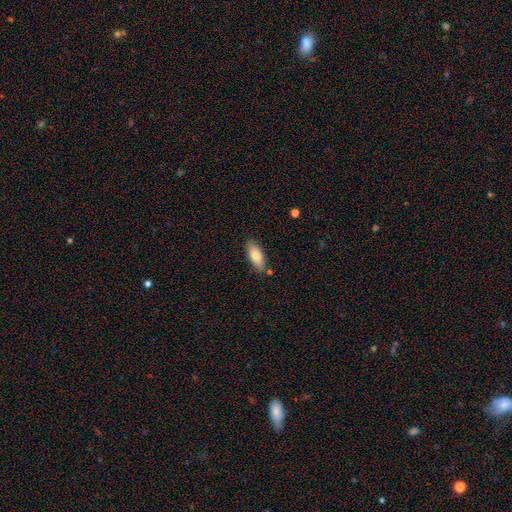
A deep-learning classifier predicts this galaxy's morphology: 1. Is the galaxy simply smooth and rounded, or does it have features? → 78% smooth, 16% featured or disk, 6% star or artifact.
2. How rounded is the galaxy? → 78% in between, 19% cigar-shaped, 2% round.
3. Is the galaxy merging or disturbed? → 80% none, 14% minor disturbance, 3% merger, 3% major disturbance.